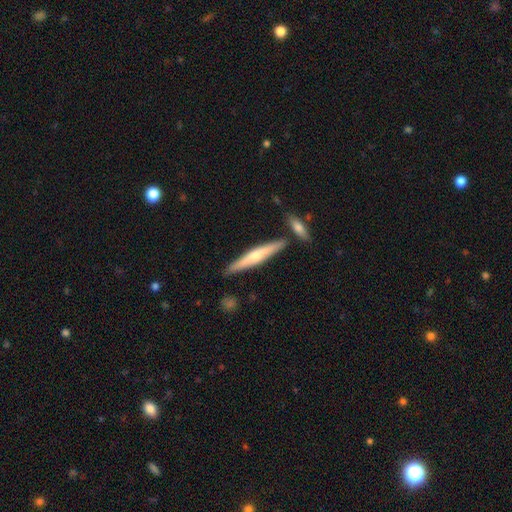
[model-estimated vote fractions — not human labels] smooth-or-featured: featured or disk: 54% | smooth: 41% | star or artifact: 5%
  disk-edge-on: yes: 95% | no: 5%
    edge-on-bulge: rounded: 78% | none: 17% | boxy: 5%
  merging: none: 84% | minor disturbance: 9% | merger: 5% | major disturbance: 2%